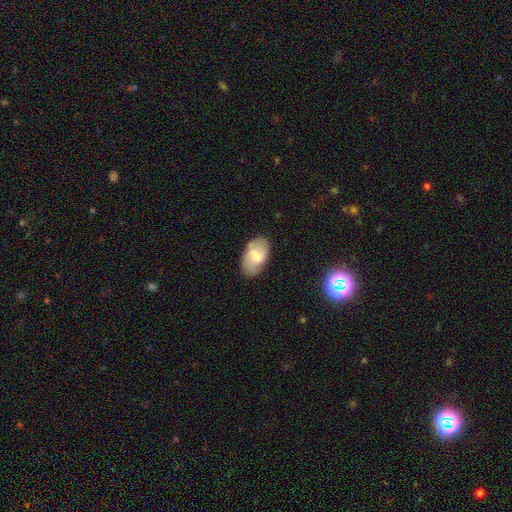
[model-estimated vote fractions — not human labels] Morphology: type=smooth (57%); roundness=in between (93%); merging=none (76%).